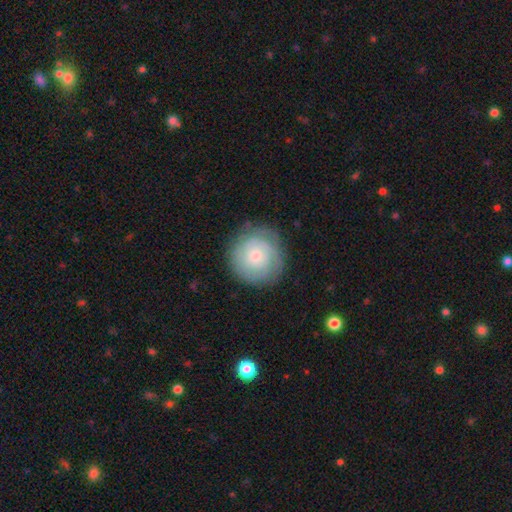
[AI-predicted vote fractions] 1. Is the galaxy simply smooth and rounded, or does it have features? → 47% smooth, 46% featured or disk, 8% star or artifact.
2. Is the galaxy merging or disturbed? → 82% none, 13% minor disturbance, 4% major disturbance, 1% merger.